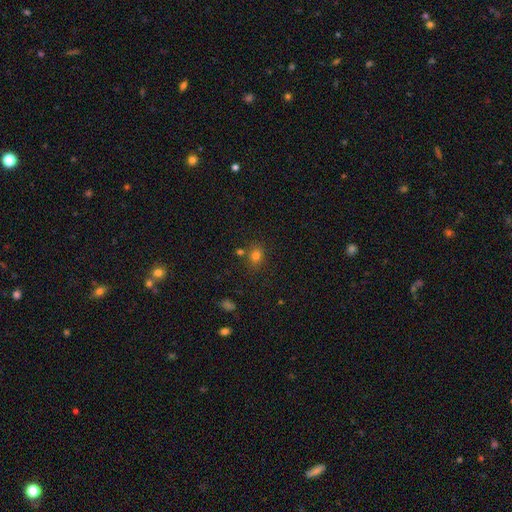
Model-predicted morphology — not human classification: Overall: smooth (76%). How rounded: round (60%; in between 39%). Merging: none (75%).